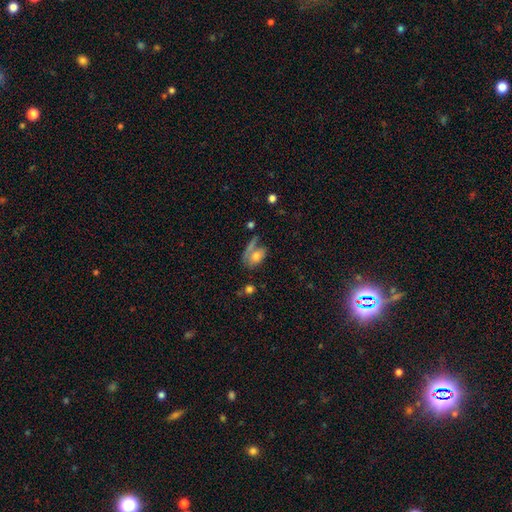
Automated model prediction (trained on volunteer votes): smooth_or_featured: smooth (p=0.65) [alt: featured or disk p=0.24]
how_rounded: in between (p=0.81) [alt: round p=0.14]
merging: none (p=0.42) [alt: merger p=0.24]